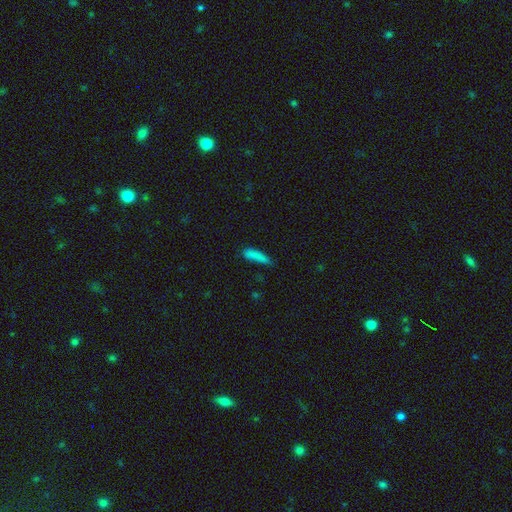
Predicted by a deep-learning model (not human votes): smooth-or-featured: smooth: 83% | star or artifact: 9% | featured or disk: 8%
  how-rounded: cigar-shaped: 74% | in between: 23% | round: 2%
  merging: none: 62% | minor disturbance: 27% | major disturbance: 8% | merger: 4%